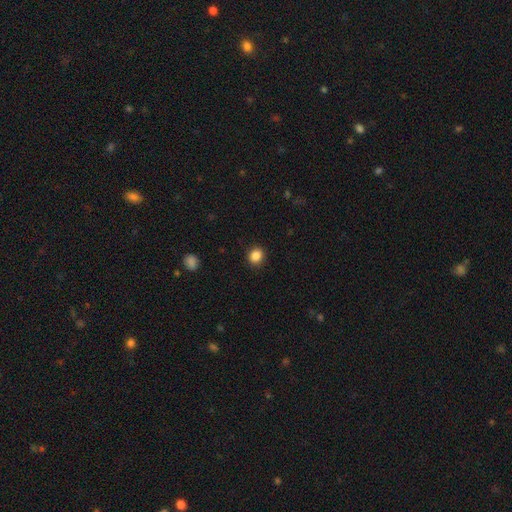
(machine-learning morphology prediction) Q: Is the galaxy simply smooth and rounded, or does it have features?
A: smooth — 86%.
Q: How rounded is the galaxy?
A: round — 79%.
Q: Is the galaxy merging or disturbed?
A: none — 90%.